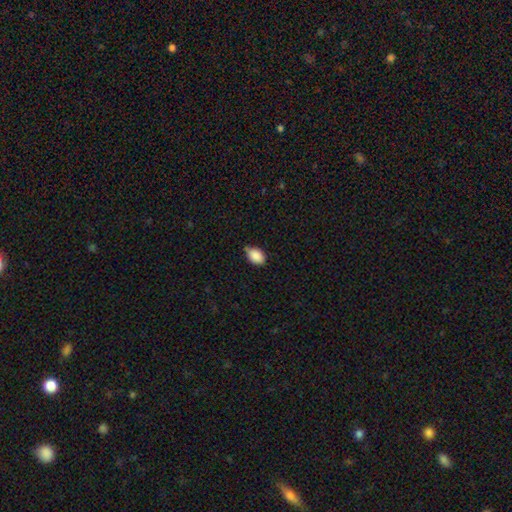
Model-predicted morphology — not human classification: type=smooth (88%); roundness=in between (82%); merging=none (64%).